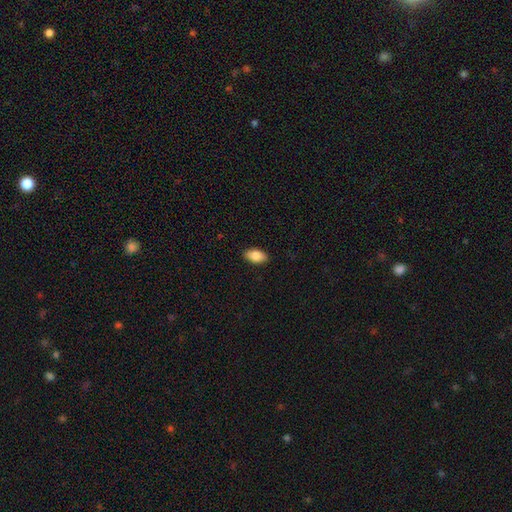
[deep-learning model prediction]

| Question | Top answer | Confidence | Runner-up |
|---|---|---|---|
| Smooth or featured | smooth | 86% | featured or disk (8%) |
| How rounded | in between | 93% | round (4%) |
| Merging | none | 89% | minor disturbance (8%) |